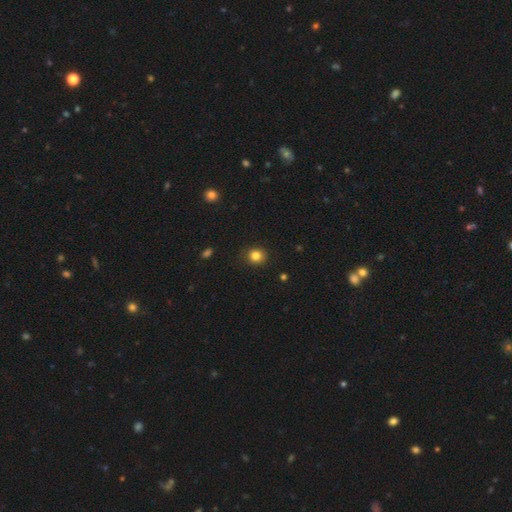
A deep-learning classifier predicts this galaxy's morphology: A smooth galaxy with no disk features (83%) that is round (79%).

Vote fractions:
- Smooth or featured? smooth: 83% / star or artifact: 11% / featured or disk: 5%
- How rounded? round: 79% / in between: 20% / cigar-shaped: 1%
- Merging? none: 88% / minor disturbance: 9% / major disturbance: 2% / merger: 1%